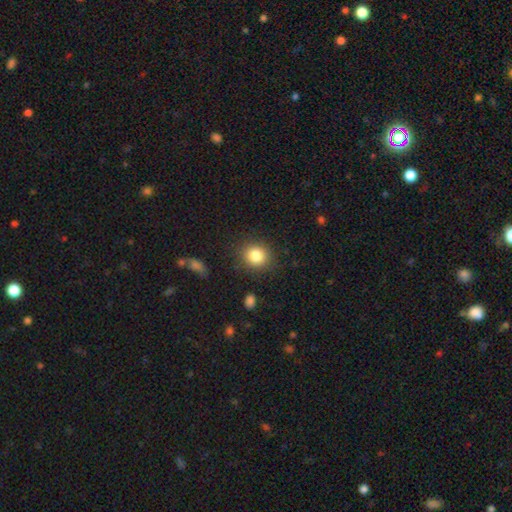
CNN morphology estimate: Smooth or featured? Predicted: smooth (p=0.84). How rounded? Predicted: round (p=0.80). Merging? Predicted: none (p=0.86).